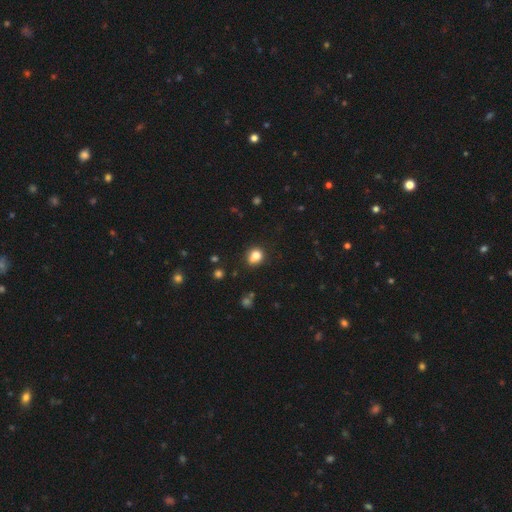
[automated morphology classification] smooth_or_featured: smooth (p=0.83) [alt: star or artifact p=0.11]
how_rounded: round (p=0.64) [alt: in between p=0.35]
merging: none (p=0.75) [alt: minor disturbance p=0.17]